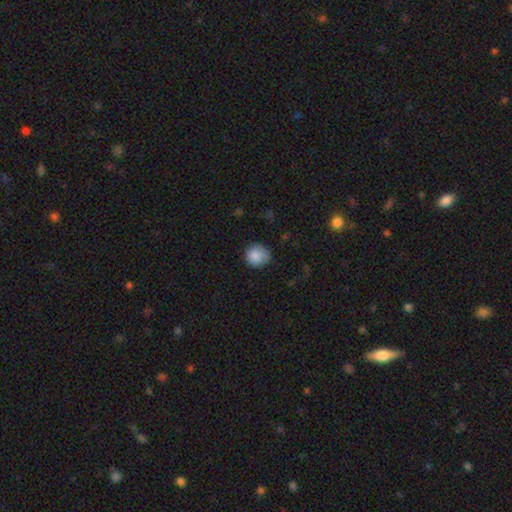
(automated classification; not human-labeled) This is clearly a smooth galaxy (87%). How rounded: clearly round (87%). Merging: likely none (74%).